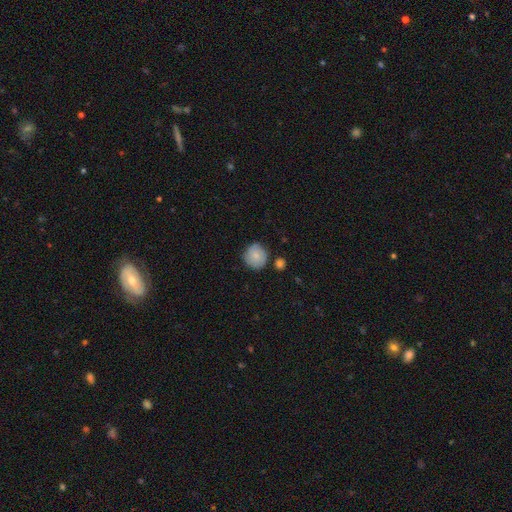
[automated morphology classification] smooth_or_featured: smooth (p=0.77) [alt: featured or disk p=0.15]
how_rounded: round (p=0.88) [alt: in between p=0.11]
merging: none (p=0.76) [alt: minor disturbance p=0.15]